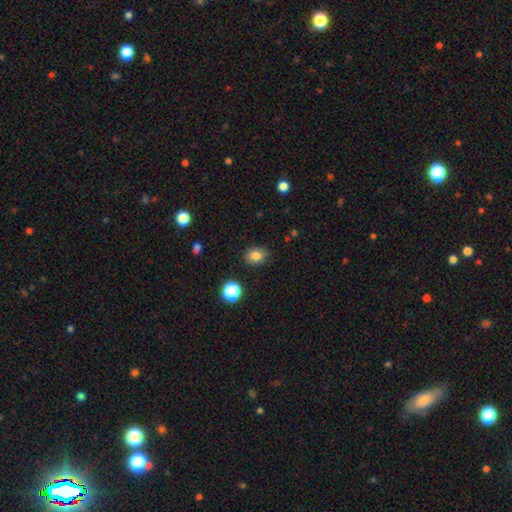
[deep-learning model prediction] Smooth or featured? smooth (82%)
How rounded? round (51%)
Merging? none (84%)